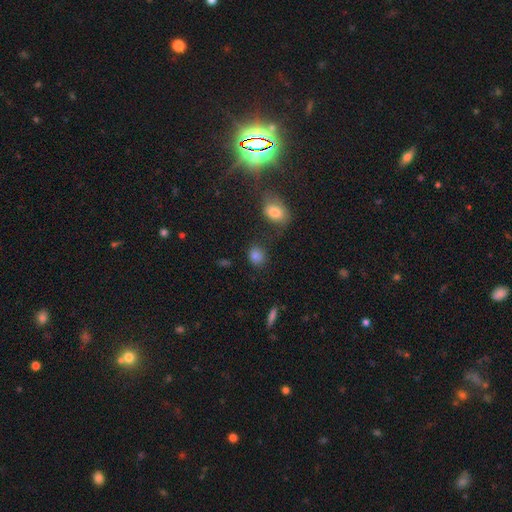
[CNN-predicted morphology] This appears to be a smooth galaxy with no disk features (82%) that is round (66%). Merging: none (74%).